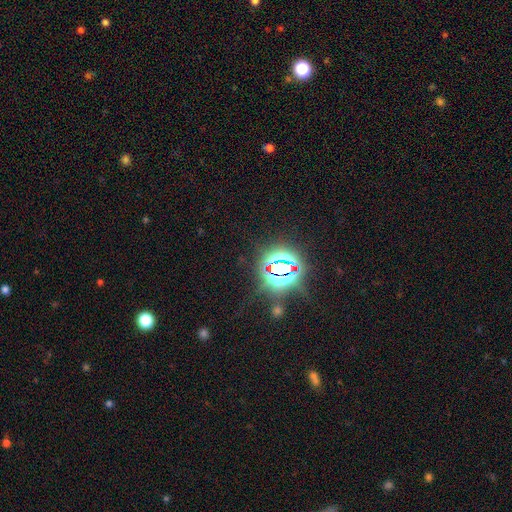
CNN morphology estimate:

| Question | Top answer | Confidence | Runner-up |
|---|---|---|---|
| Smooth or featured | star or artifact | 82% | smooth (12%) |